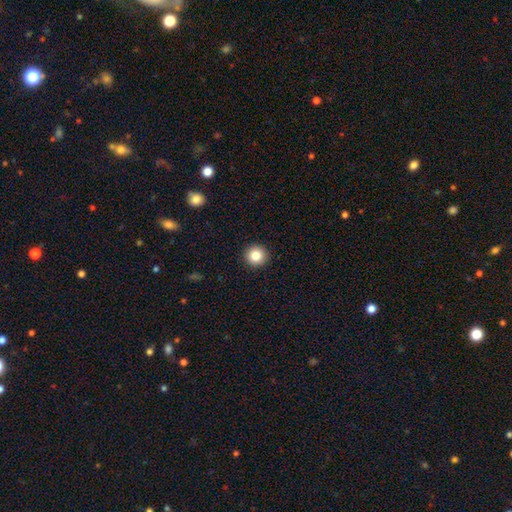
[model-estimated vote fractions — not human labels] A smooth galaxy with no disk features (84%) that is round (95%). Merging: none (93%).